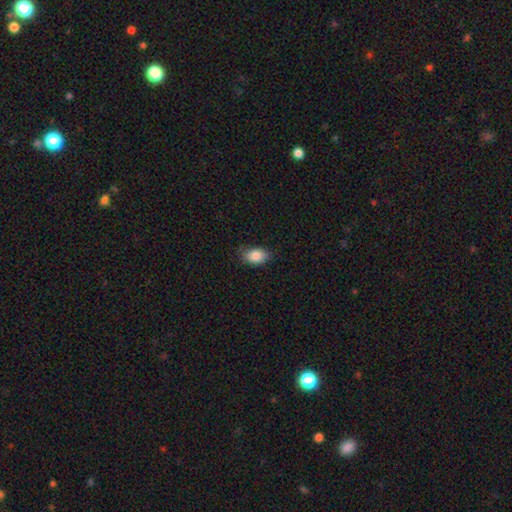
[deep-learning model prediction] smooth_or_featured: smooth (p=0.85) [alt: star or artifact p=0.08]
how_rounded: in between (p=0.86) [alt: round p=0.12]
merging: none (p=0.80) [alt: minor disturbance p=0.17]